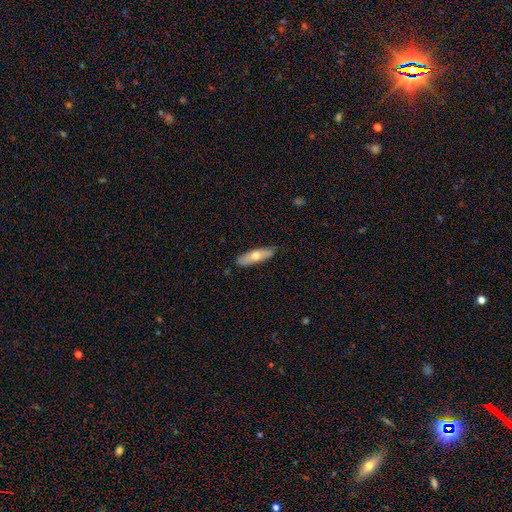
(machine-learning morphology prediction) This is likely a smooth galaxy (61%). How rounded: possibly cigar-shaped (58%). Merging: clearly none (82%).